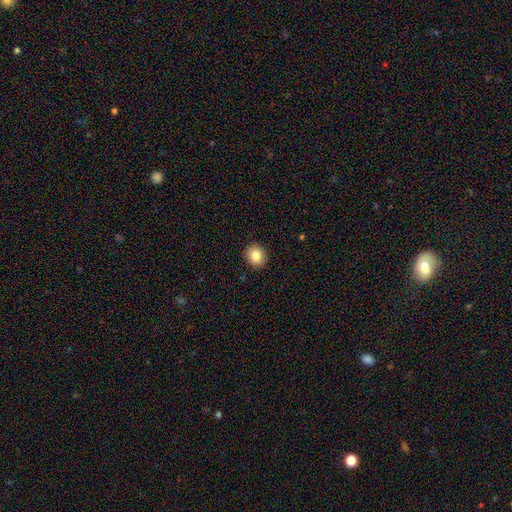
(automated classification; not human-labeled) Smooth or featured? Predicted: smooth (p=0.83). How rounded? Predicted: round (p=0.79). Merging? Predicted: none (p=0.91).